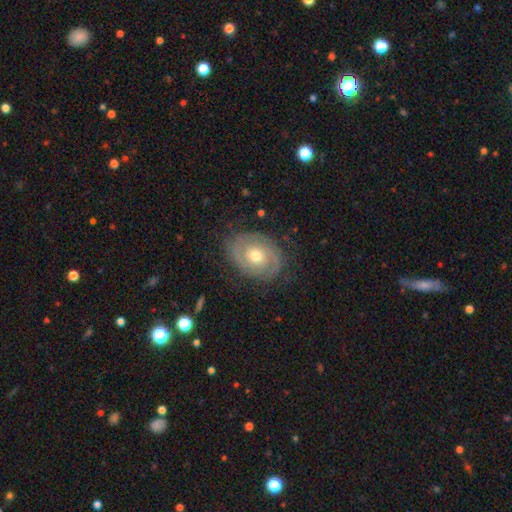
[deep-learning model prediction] Q: Smooth or featured?
A: featured or disk (81%); runner-up: smooth (13%)
Q: Edge-on disk?
A: no (97%); runner-up: yes (3%)
Q: Bar?
A: no (75%); runner-up: weak (20%)
Q: Spiral arms?
A: yes (91%); runner-up: no (9%)
Q: Spiral winding?
A: tight (67%); runner-up: medium (26%)
Q: Spiral arm count?
A: 2 (68%); runner-up: can't tell (15%)
Q: Bulge size?
A: moderate (68%); runner-up: small (27%)
Q: Merging?
A: none (81%); runner-up: minor disturbance (14%)